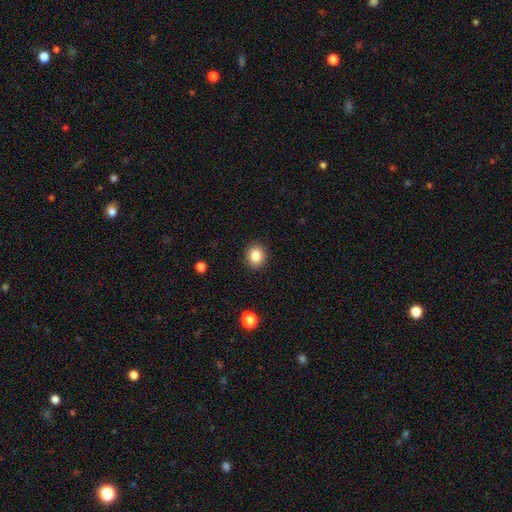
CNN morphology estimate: Smooth or featured? Predicted: smooth (p=0.84). How rounded? Predicted: round (p=0.83). Merging? Predicted: none (p=0.91).